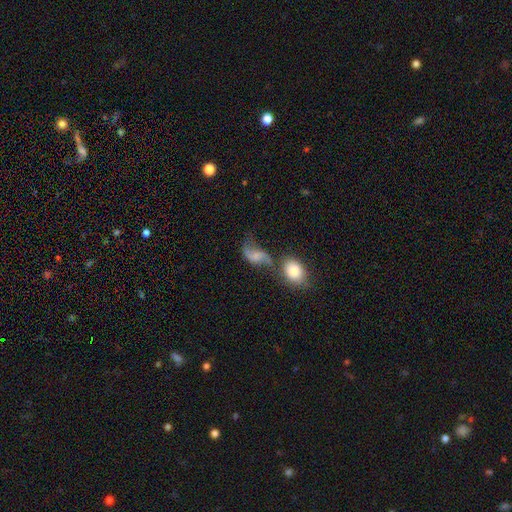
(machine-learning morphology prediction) Smooth or featured: featured or disk — 63% (smooth — 27%)
Edge-on disk: no — 96% (yes — 4%)
Bar: no — 58% (weak — 34%)
Spiral arms: yes — 88% (no — 12%)
Spiral winding: loose — 85% (medium — 12%)
Spiral arm count: 2 — 89% (1 — 5%)
Bulge size: none — 39% (small — 35%)
Merging: none — 40% (merger — 24%)